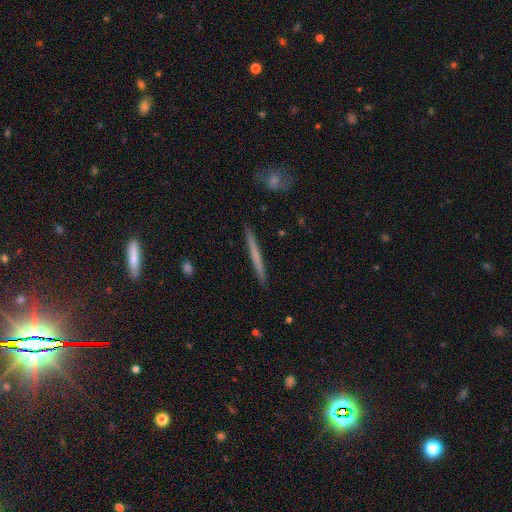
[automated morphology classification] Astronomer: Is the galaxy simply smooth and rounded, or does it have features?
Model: smooth — 53% (runner-up: featured or disk, 41%).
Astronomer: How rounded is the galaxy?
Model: cigar-shaped — 97%.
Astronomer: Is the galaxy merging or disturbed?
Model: none — 92%.